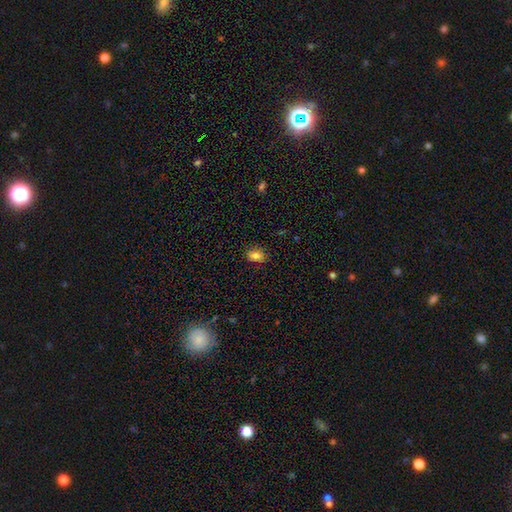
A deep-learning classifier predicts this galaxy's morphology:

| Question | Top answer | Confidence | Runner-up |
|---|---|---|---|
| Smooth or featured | smooth | 80% | star or artifact (12%) |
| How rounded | in between | 67% | round (31%) |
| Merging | none | 87% | minor disturbance (10%) |